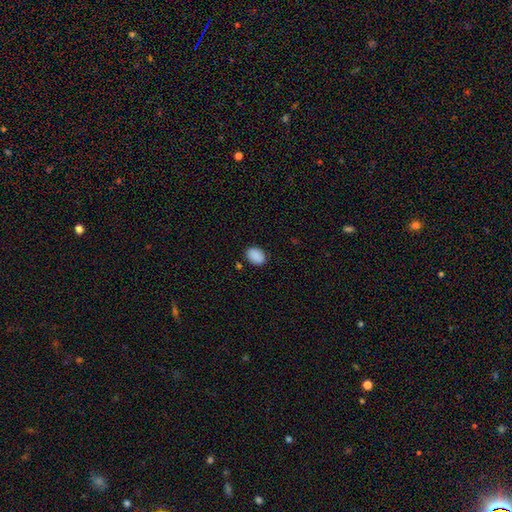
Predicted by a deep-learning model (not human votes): This appears to be a smooth galaxy with no disk features (90%) that is in between round and cigar-shaped (77%). Merging: none (85%).